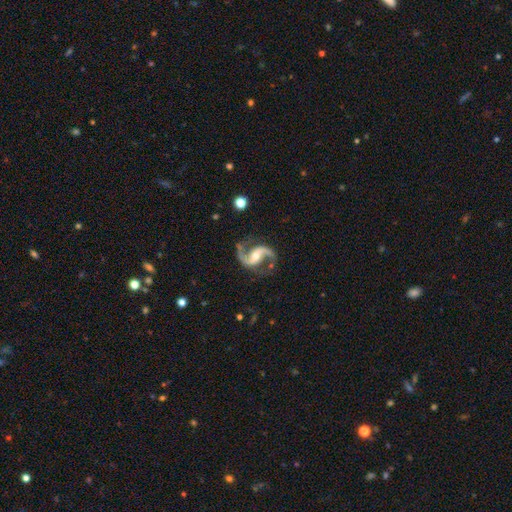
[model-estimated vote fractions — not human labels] featured or disk 93%, star or artifact 4%, smooth 2%. Down the decision tree: edge-on disk — no (98%); bar — weak (39%); spiral arms — yes (98%); spiral arm count — 2 (94%); spiral winding — loose (47%); bulge size — moderate (55%); merging — none (78%).